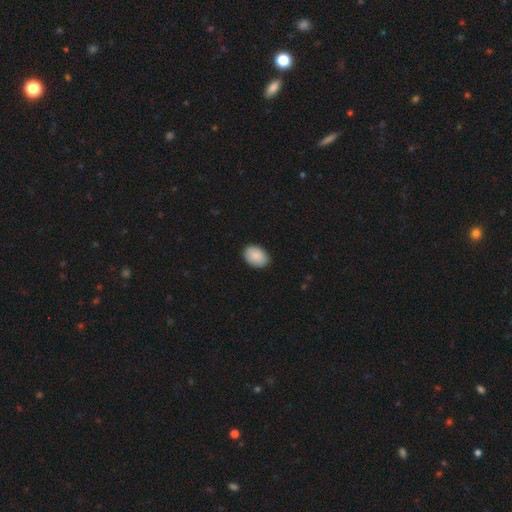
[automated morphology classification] Overall: smooth (89%). How rounded: in between (81%). Merging: none (89%).